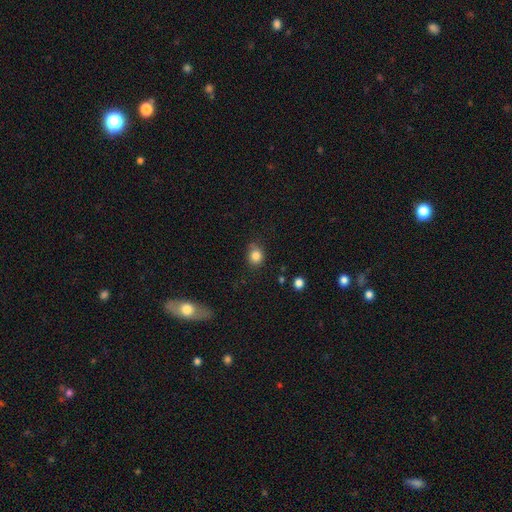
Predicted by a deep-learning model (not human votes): Smooth or featured: smooth — 84% (star or artifact — 11%)
How rounded: round — 71% (in between — 28%)
Merging: none — 74% (minor disturbance — 19%)